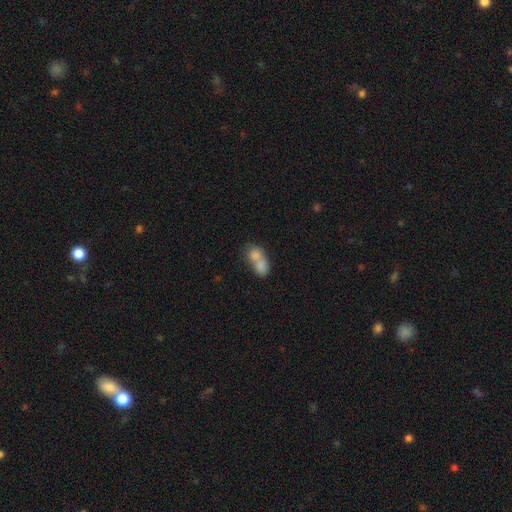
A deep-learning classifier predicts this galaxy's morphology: Smooth or featured? Predicted: smooth (p=0.65). How rounded? Predicted: in between (p=0.57). Merging? Predicted: merger (p=0.66).